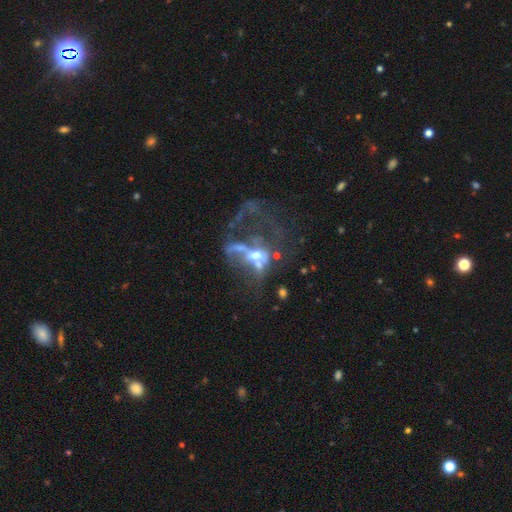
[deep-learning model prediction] smooth-or-featured: featured or disk: 64% | smooth: 20% | star or artifact: 16%
  disk-edge-on: no: 94% | yes: 6%
    bar: no: 70% | weak: 19% | strong: 10%
    has-spiral-arms: no: 72% | yes: 28%
    bulge-size: moderate: 57% | small: 19% | large: 14% | none: 8% | dominant: 3%
  merging: major disturbance: 44% | merger: 33% | none: 14% | minor disturbance: 8%